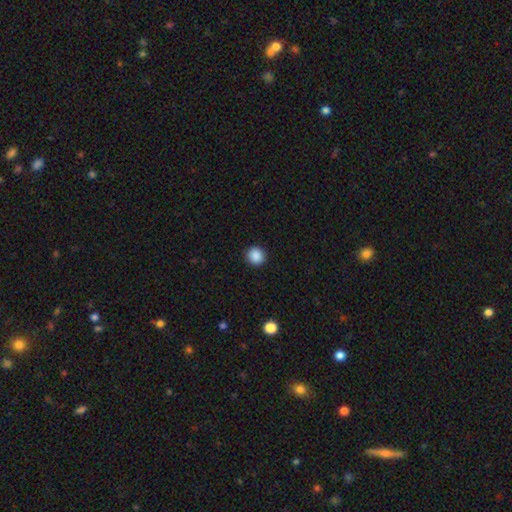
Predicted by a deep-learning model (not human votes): A smooth galaxy with no disk features (88%) that is round (90%). Merging: none (91%).